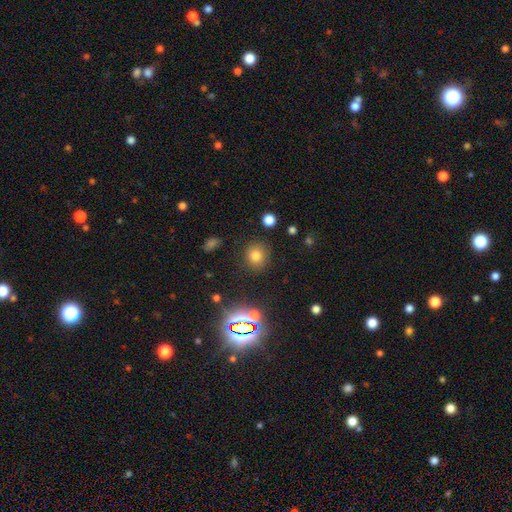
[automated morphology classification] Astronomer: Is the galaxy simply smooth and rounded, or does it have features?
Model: smooth — 73%.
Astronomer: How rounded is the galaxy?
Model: round — 87%.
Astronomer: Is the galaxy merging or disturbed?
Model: none — 86%.